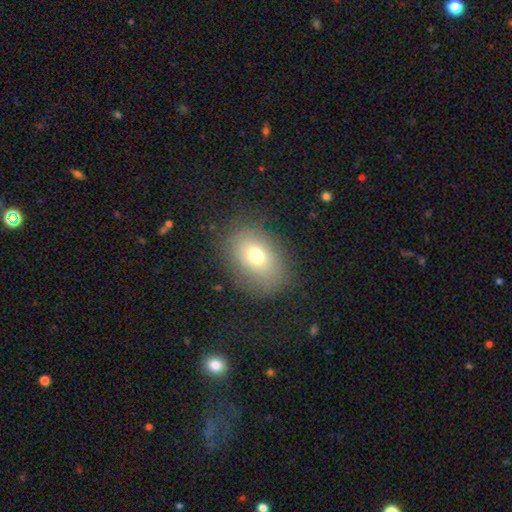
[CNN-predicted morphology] The model was most divided on "how rounded": in between: 68%, round: 31%, cigar-shaped: 1%. More confident: merging — none (79%); smooth or featured — smooth (69%).